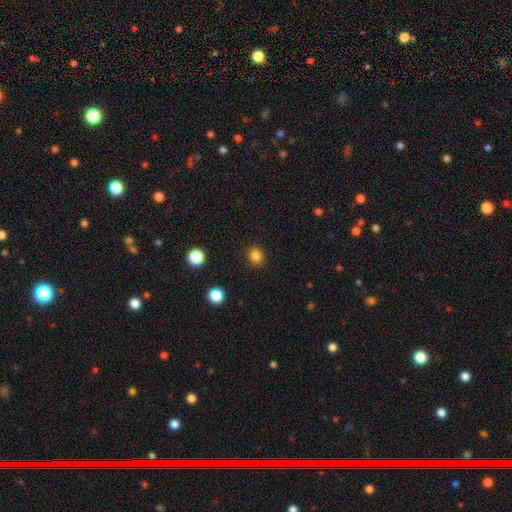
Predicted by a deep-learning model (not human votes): Smooth or featured: smooth — 83% (star or artifact — 13%)
How rounded: round — 78% (in between — 21%)
Merging: none — 90% (minor disturbance — 7%)